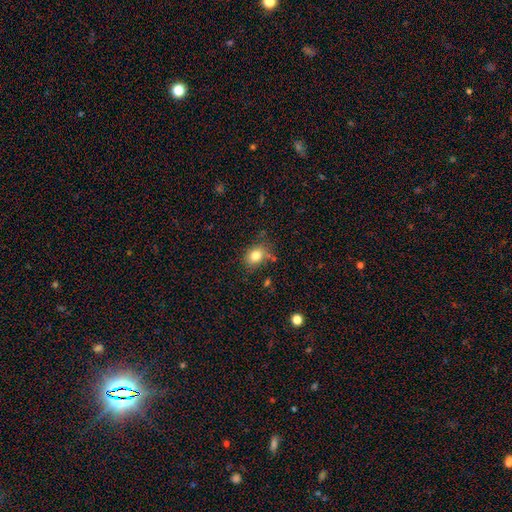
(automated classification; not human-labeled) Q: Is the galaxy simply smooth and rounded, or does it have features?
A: smooth — 81%.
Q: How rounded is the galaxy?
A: in between — 55%.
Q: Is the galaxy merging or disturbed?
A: none — 73%.